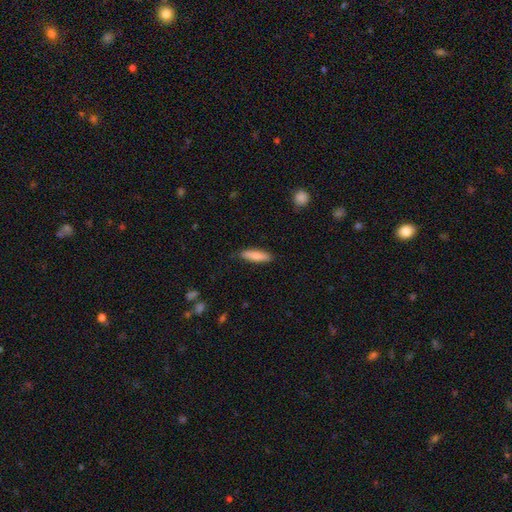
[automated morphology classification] Overall: smooth (81%). How rounded: cigar-shaped (68%; in between 30%). Merging: none (83%).